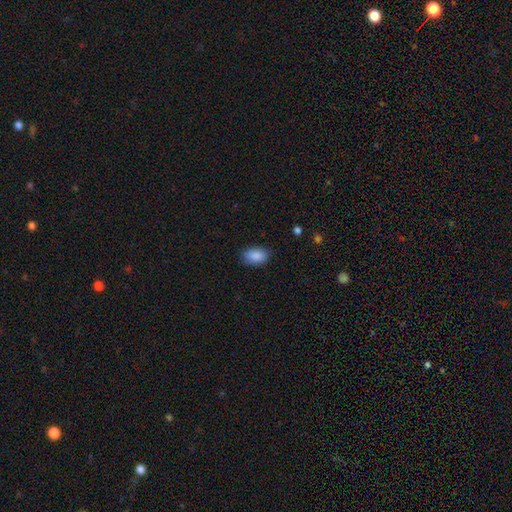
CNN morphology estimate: Overall: smooth (89%). How rounded: in between (91%). Merging: none (84%).